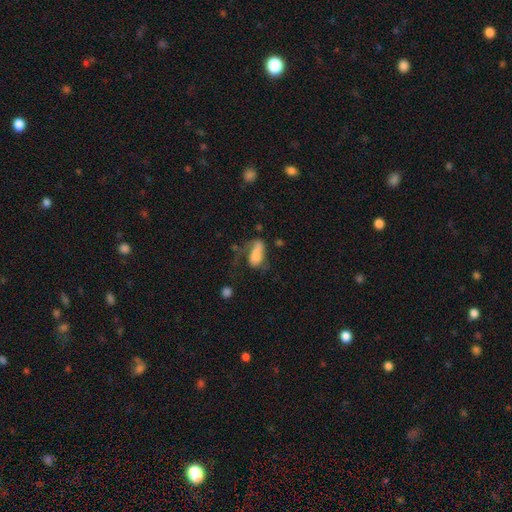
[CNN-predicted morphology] Smooth or featured?
  - smooth: 65% *
  - featured or disk: 25%
  - star or artifact: 10%
How rounded?
  - in between: 84% *
  - cigar-shaped: 12%
  - round: 4%
Merging?
  - major disturbance: 47% *
  - none: 25%
  - minor disturbance: 22%
  - merger: 6%